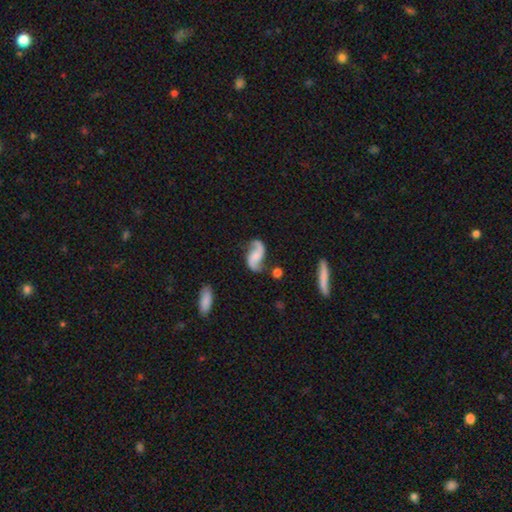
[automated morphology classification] This is clearly a featured or disk galaxy (84%). It is clearly not viewed edge-on (97%). Bar: possibly no (58%). Spiral arm pattern: clearly yes (96%). Spiral arm count: clearly 2 (94%). Spiral winding: likely loose (71%). Central bulge: marginally none (45%). Merging: likely none (73%).